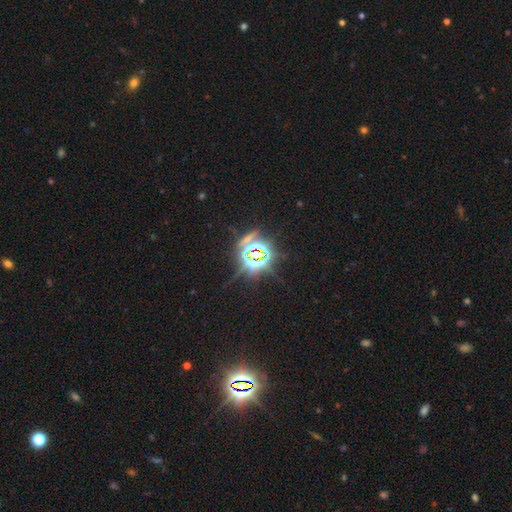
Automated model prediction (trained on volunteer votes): The model was most divided on "smooth or featured": star or artifact: 82%, featured or disk: 9%, smooth: 9%.